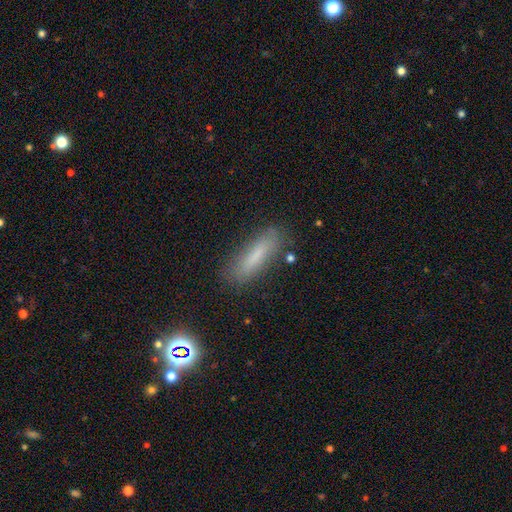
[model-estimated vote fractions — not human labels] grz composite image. It shows a smooth galaxy with no disk features (71%) that is cigar-shaped (71%). Merging: none (81%).